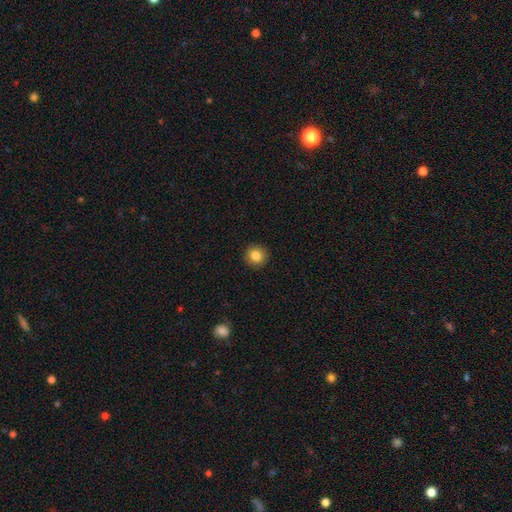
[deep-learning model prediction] This appears to be a smooth galaxy with no disk features (83%) that is round (94%). Merging: none (93%).